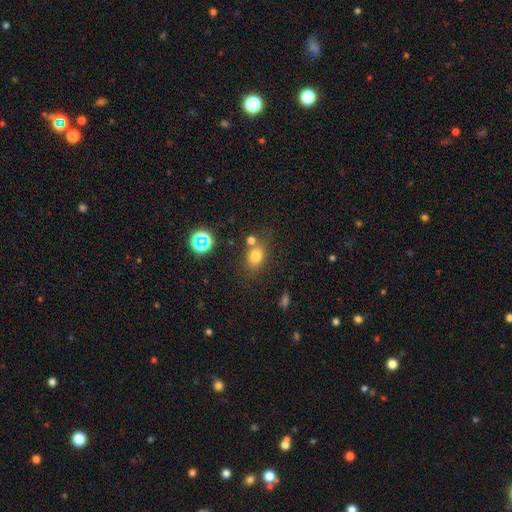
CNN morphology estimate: Smooth or featured: smooth — 76% (star or artifact — 15%)
How rounded: in between — 63% (round — 35%)
Merging: none — 65% (merger — 16%)